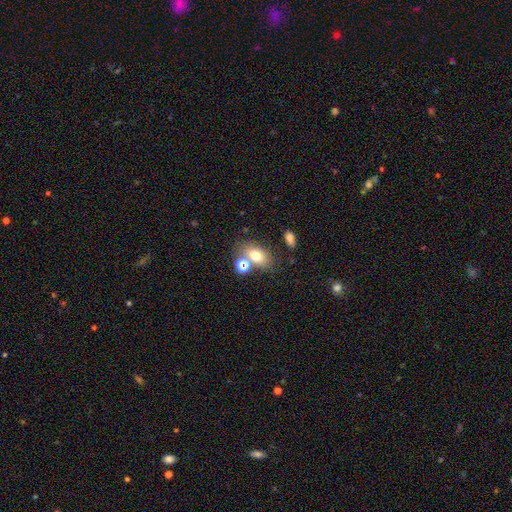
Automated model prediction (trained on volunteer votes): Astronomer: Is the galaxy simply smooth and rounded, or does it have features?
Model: smooth — 70%.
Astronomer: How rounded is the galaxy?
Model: in between — 76%.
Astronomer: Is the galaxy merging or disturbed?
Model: none — 62%.